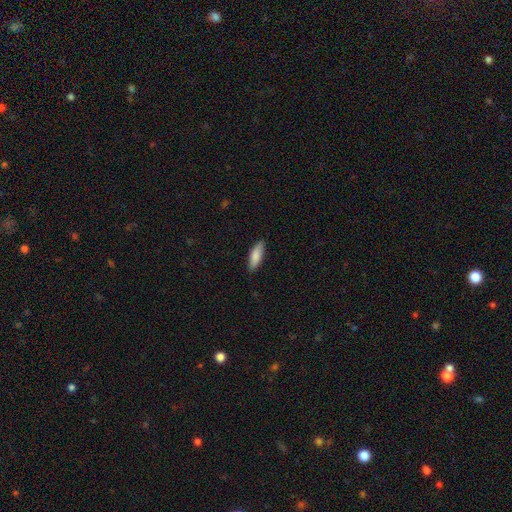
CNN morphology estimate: This appears to be a smooth galaxy with no disk features (86%) that is in between round and cigar-shaped (57%). Merging: none (86%).